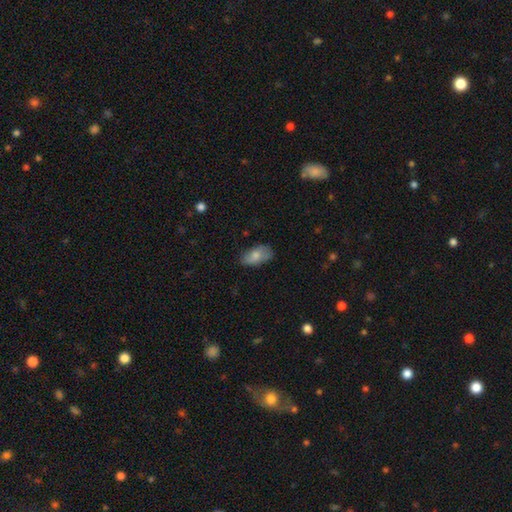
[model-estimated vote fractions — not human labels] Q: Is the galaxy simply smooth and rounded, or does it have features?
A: smooth — 77%.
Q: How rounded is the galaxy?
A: in between — 93%.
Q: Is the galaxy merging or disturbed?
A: none — 70%.